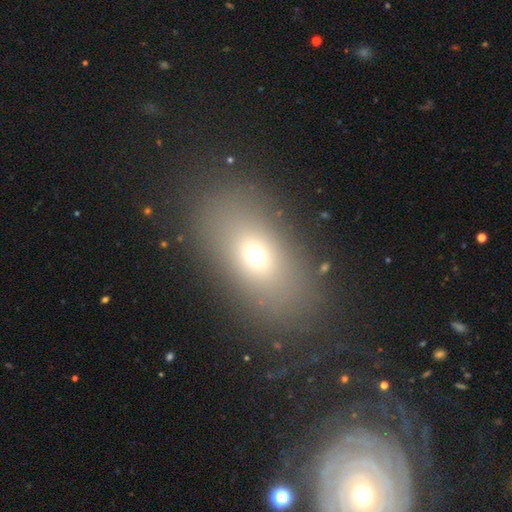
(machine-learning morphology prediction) smooth_or_featured: smooth (p=0.65) [alt: star or artifact p=0.18]
how_rounded: in between (p=0.78) [alt: round p=0.17]
merging: none (p=0.79) [alt: minor disturbance p=0.11]